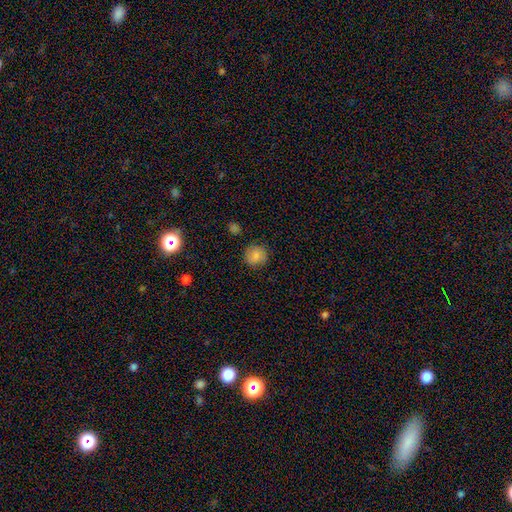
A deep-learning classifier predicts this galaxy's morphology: A smooth galaxy with no disk features (84%) that is round (89%).

Vote fractions:
- Smooth or featured? smooth: 84% / star or artifact: 10% / featured or disk: 6%
- How rounded? round: 89% / in between: 10% / cigar-shaped: 1%
- Merging? none: 85% / minor disturbance: 11% / major disturbance: 3% / merger: 2%